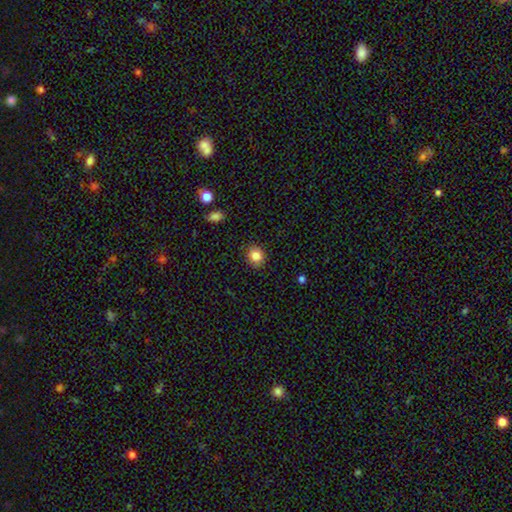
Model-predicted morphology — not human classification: A smooth galaxy with no disk features (84%) that is round (80%).

Vote fractions:
- Smooth or featured? smooth: 84% / star or artifact: 10% / featured or disk: 5%
- How rounded? round: 80% / in between: 19% / cigar-shaped: 1%
- Merging? none: 89% / minor disturbance: 8% / major disturbance: 2% / merger: 1%